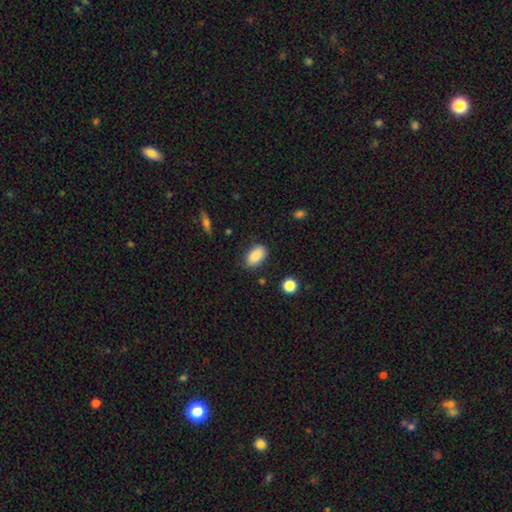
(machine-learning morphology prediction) Smooth or featured? Predicted: smooth (p=0.87). How rounded? Predicted: in between (p=0.92). Merging? Predicted: none (p=0.82).